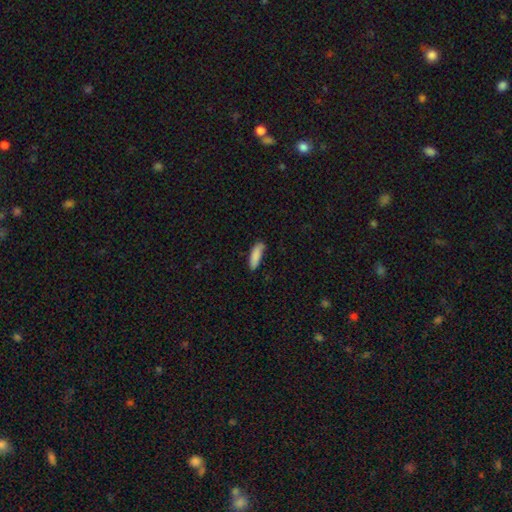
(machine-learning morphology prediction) smooth_or_featured: smooth (p=0.86) [alt: featured or disk p=0.07]
how_rounded: cigar-shaped (p=0.52) [alt: in between p=0.46]
merging: none (p=0.70) [alt: minor disturbance p=0.23]